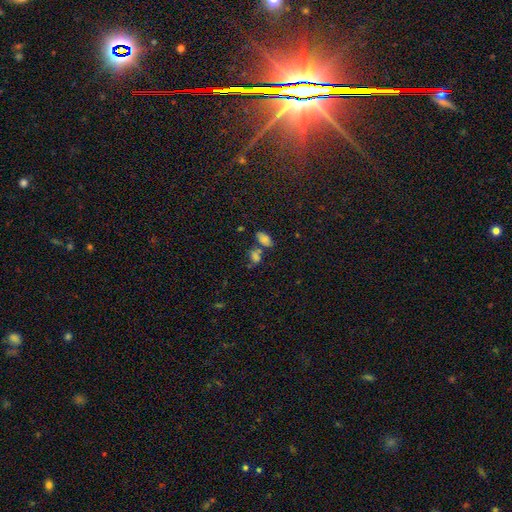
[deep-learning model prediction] smooth 71%, star or artifact 19%, featured or disk 10%. Down the decision tree: how rounded — in between (81%); merging — none (44%).